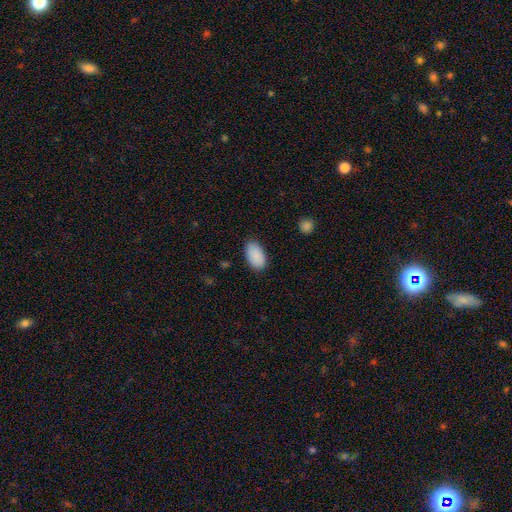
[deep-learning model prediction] This appears to be a smooth galaxy with no disk features (90%) that is in between round and cigar-shaped (95%). Merging: none (85%).